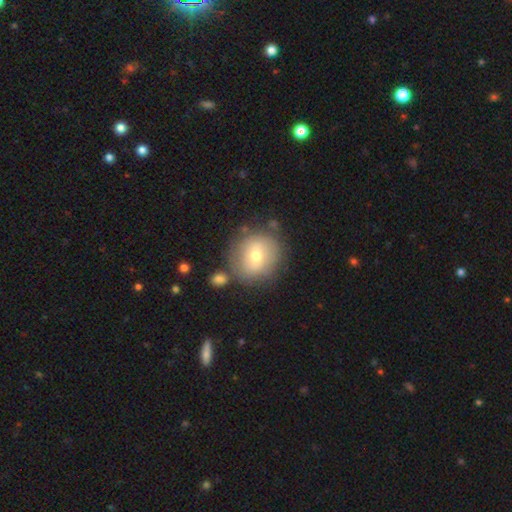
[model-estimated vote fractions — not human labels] smooth_or_featured: smooth (p=0.61) [alt: featured or disk p=0.30]
how_rounded: round (p=0.84) [alt: in between p=0.15]
merging: none (p=0.75) [alt: minor disturbance p=0.13]